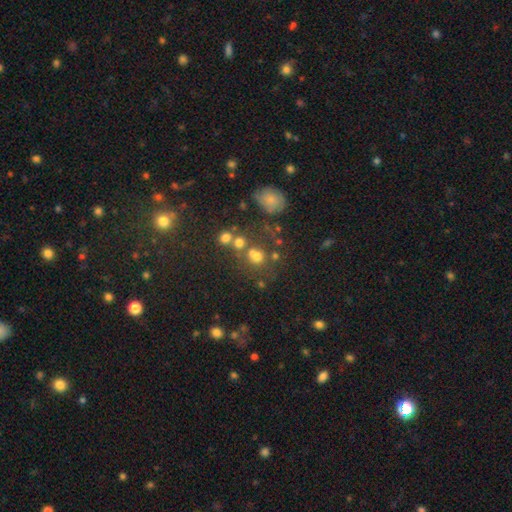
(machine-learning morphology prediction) Q: Smooth or featured?
A: smooth (58%); runner-up: star or artifact (28%)
Q: How rounded?
A: round (73%); runner-up: in between (26%)
Q: Merging?
A: none (51%); runner-up: merger (31%)